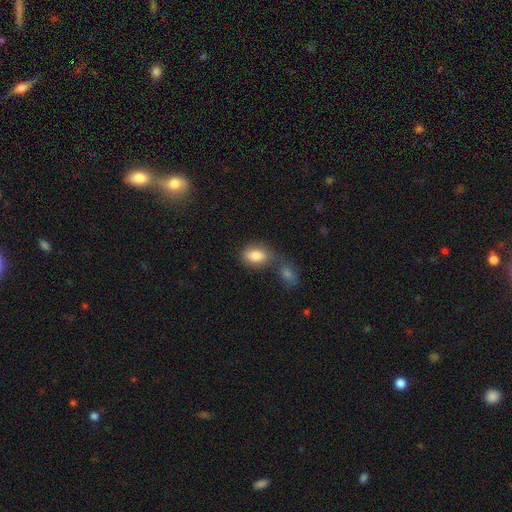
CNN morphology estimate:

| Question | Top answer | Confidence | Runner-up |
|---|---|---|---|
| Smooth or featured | smooth | 84% | featured or disk (9%) |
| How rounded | in between | 83% | round (15%) |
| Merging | none | 45% | merger (35%) |